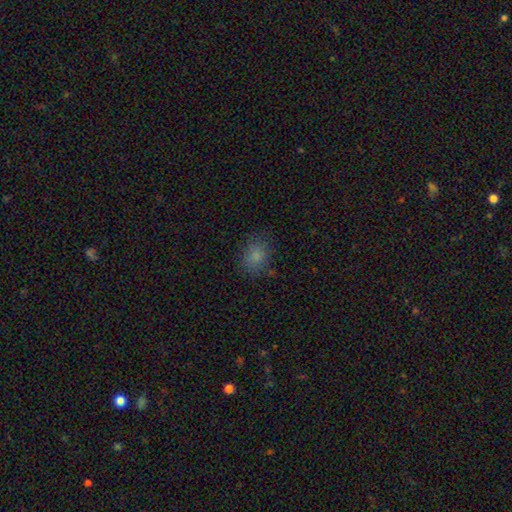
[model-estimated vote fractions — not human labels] A smooth galaxy with no disk features (80%) that is in between round and cigar-shaped (51%). Merging: none (75%).